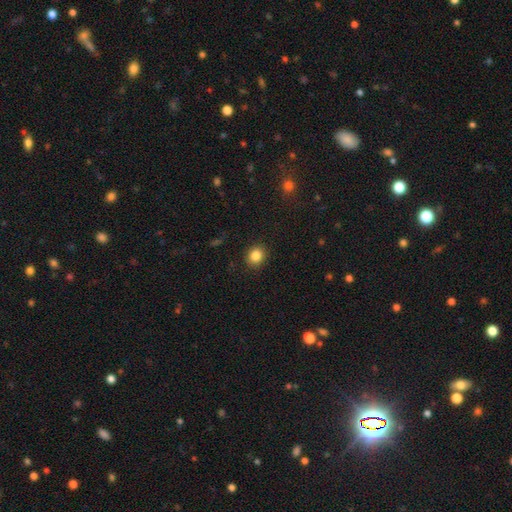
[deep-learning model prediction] Overall: smooth (85%). How rounded: round (70%). Merging: none (90%).